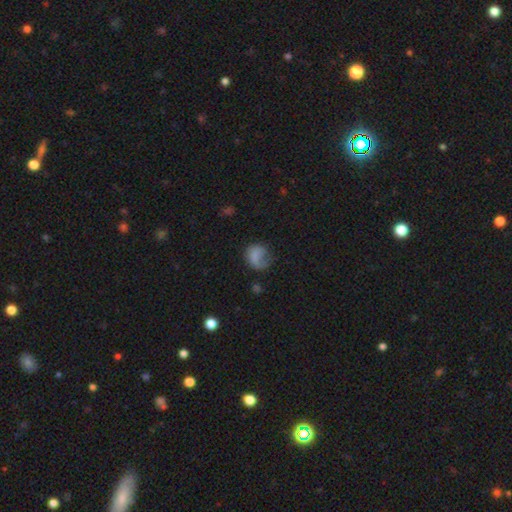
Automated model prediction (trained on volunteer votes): A smooth galaxy with no disk features (68%) that is round (62%). Merging: none (38%).